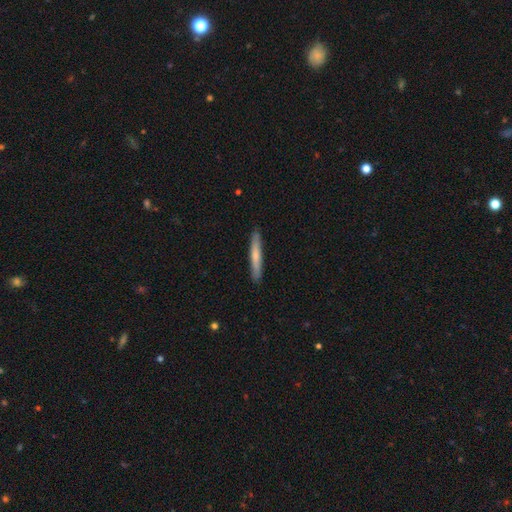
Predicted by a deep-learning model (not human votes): A smooth galaxy with no disk features (65%) that is cigar-shaped (95%).

Vote fractions:
- Smooth or featured? smooth: 65% / featured or disk: 30% / star or artifact: 5%
- How rounded? cigar-shaped: 95% / in between: 4% / round: 1%
- Merging? none: 90% / minor disturbance: 8% / major disturbance: 1% / merger: 1%